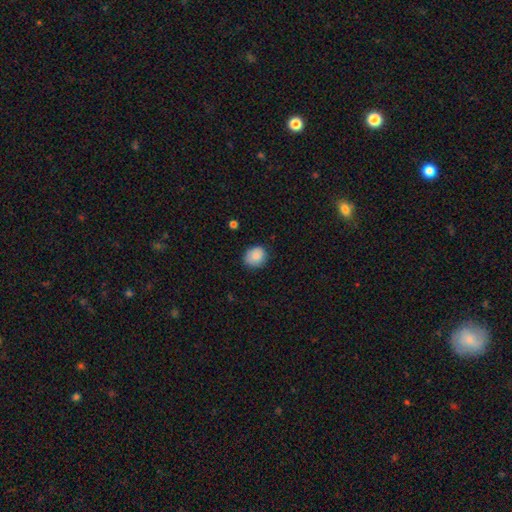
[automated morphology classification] smooth 87%, star or artifact 8%, featured or disk 5%. Down the decision tree: how rounded — round (68%); merging — none (82%).